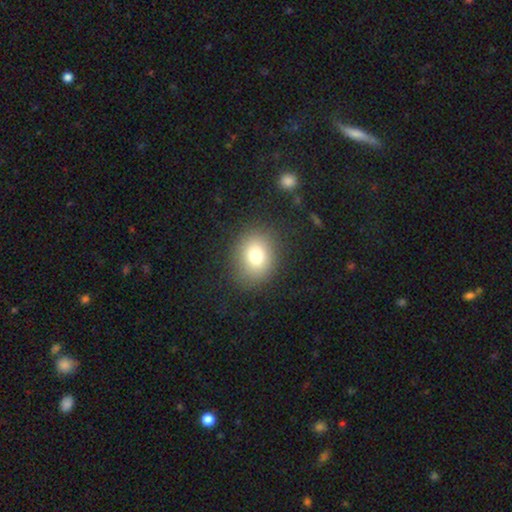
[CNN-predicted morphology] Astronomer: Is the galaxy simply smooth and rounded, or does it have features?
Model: smooth — 77%.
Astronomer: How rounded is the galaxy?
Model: round — 60% (runner-up: in between, 39%).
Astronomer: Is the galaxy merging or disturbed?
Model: none — 85%.